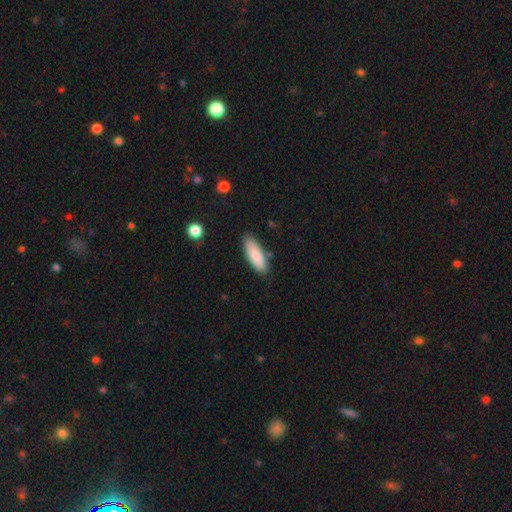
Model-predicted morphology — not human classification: Smooth or featured: smooth — 87% (featured or disk — 7%)
How rounded: in between — 62% (cigar-shaped — 37%)
Merging: none — 84% (minor disturbance — 12%)